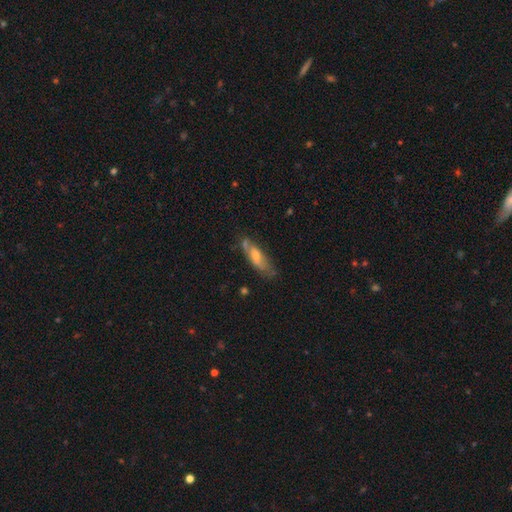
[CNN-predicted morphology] smooth-or-featured: featured or disk: 47% | smooth: 46% | star or artifact: 8%
  merging: none: 55% | minor disturbance: 26% | major disturbance: 10% | merger: 9%